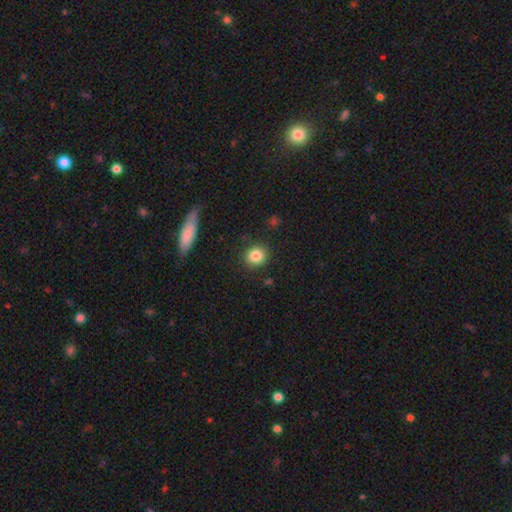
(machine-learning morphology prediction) smooth 84%, star or artifact 10%, featured or disk 6%. Down the decision tree: how rounded — round (84%); merging — none (88%).